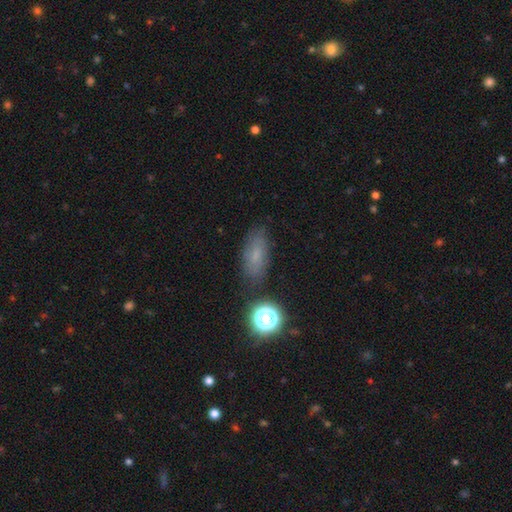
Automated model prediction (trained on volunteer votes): Q: Smooth or featured?
A: smooth (64%); runner-up: star or artifact (18%)
Q: How rounded?
A: in between (79%); runner-up: cigar-shaped (12%)
Q: Merging?
A: none (78%); runner-up: minor disturbance (15%)